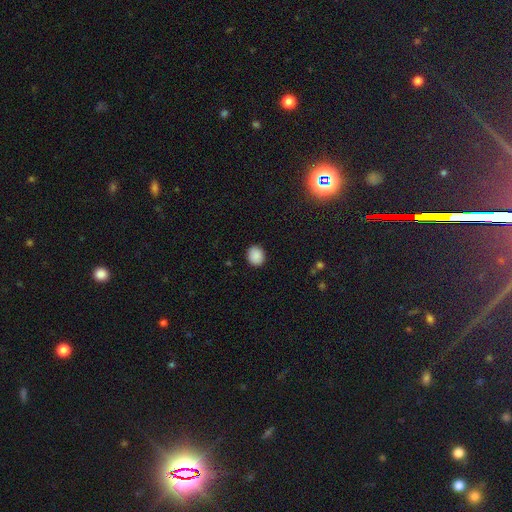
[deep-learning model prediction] Smooth or featured?
  - smooth: 88% *
  - star or artifact: 9%
  - featured or disk: 3%
How rounded?
  - round: 72% *
  - in between: 27%
  - cigar-shaped: 1%
Merging?
  - none: 90% *
  - minor disturbance: 7%
  - major disturbance: 2%
  - merger: 1%